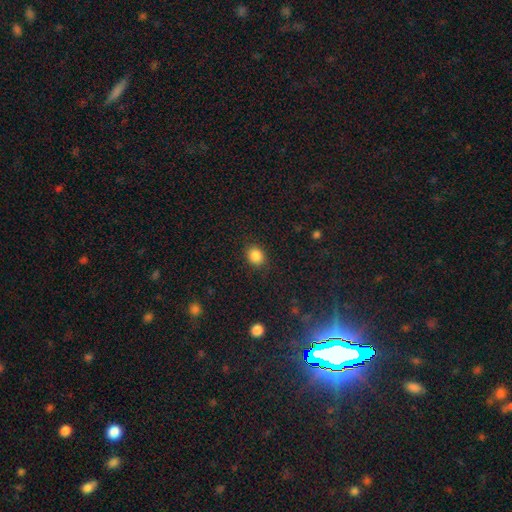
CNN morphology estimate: Overall: smooth (86%). How rounded: round (63%; in between 36%). Merging: none (85%).